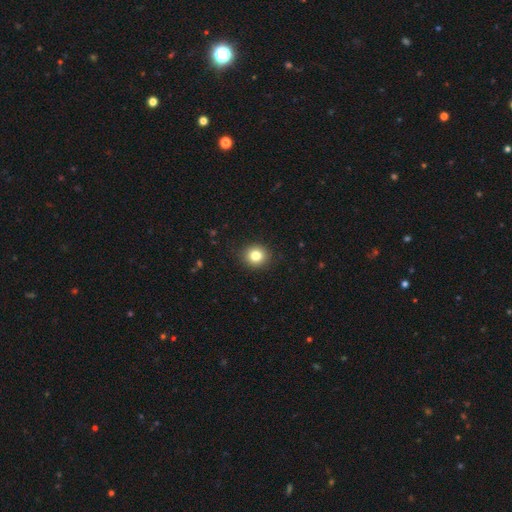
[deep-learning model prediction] Overall: smooth (82%). How rounded: round (83%). Merging: none (90%).